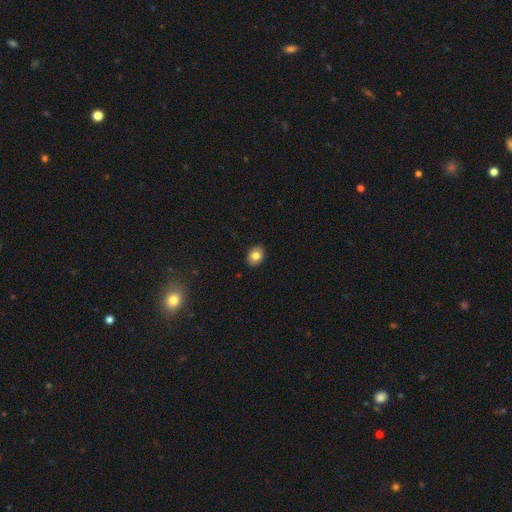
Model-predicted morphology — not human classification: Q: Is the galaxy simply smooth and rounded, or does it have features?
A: smooth — 82%.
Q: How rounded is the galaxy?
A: in between — 50%.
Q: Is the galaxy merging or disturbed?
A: none — 91%.